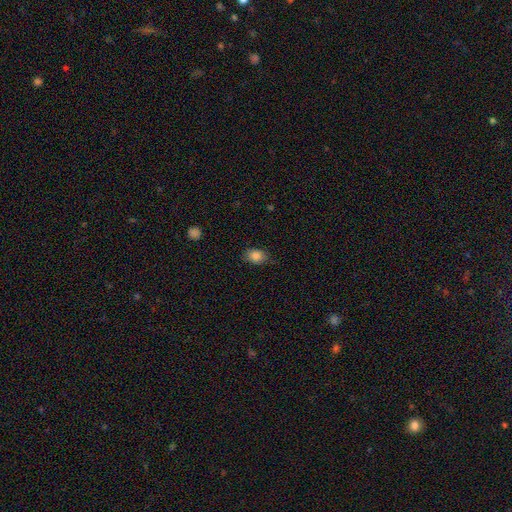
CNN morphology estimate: Overall: smooth (85%). How rounded: in between (65%; round 34%). Merging: none (74%).